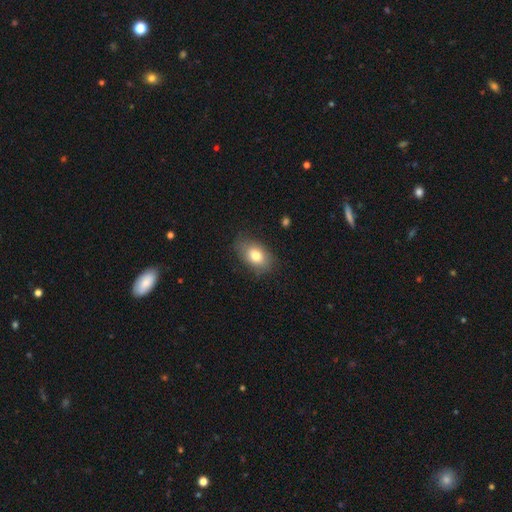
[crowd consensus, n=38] A smooth galaxy with no disk features (82%) that is in between round and cigar-shaped (94%). Merging: none (71%).